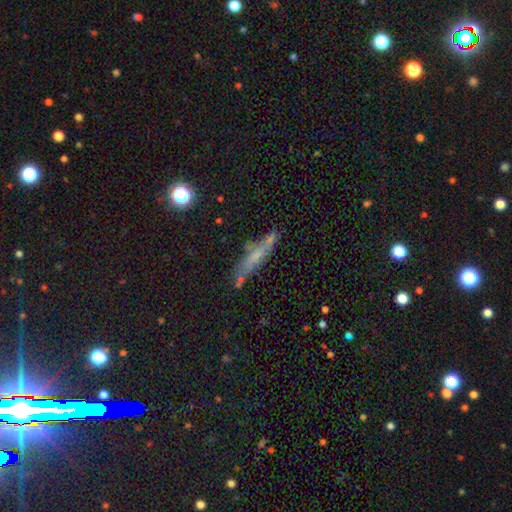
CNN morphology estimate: smooth-or-featured: smooth: 50% | featured or disk: 37% | star or artifact: 12%
  how-rounded: cigar-shaped: 84% | in between: 13% | round: 3%
  merging: none: 66% | minor disturbance: 19% | merger: 9% | major disturbance: 6%